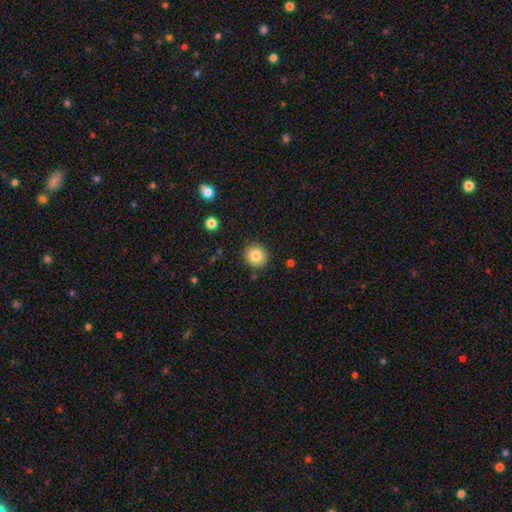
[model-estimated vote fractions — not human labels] smooth-or-featured: smooth: 83% | star or artifact: 10% | featured or disk: 7%
  how-rounded: round: 87% | in between: 12% | cigar-shaped: 1%
  merging: none: 90% | minor disturbance: 7% | major disturbance: 2% | merger: 1%